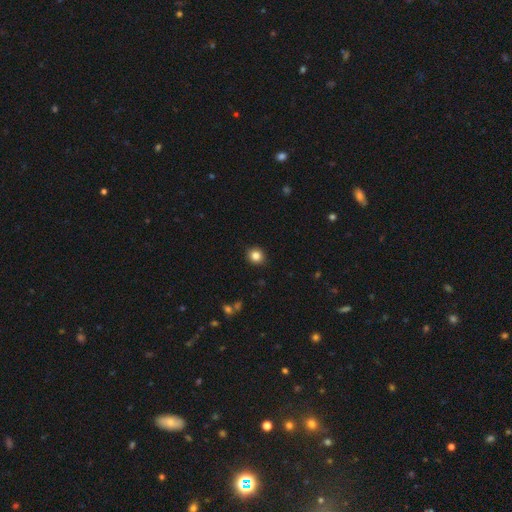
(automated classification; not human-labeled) A smooth galaxy with no disk features (84%) that is round (83%). Merging: none (91%).